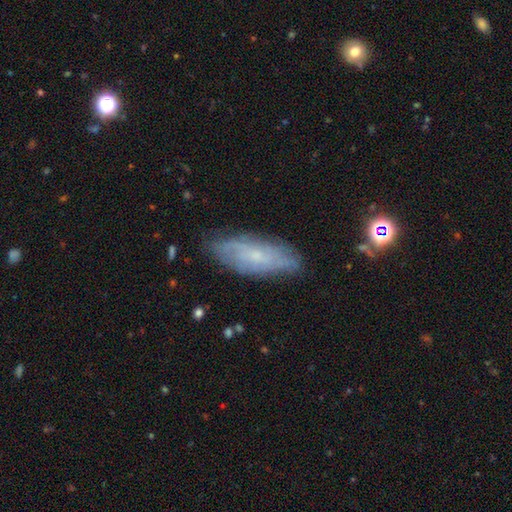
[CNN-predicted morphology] This is possibly a featured or disk galaxy (53%). It is likely not viewed edge-on (79%). Merging: likely none (78%).